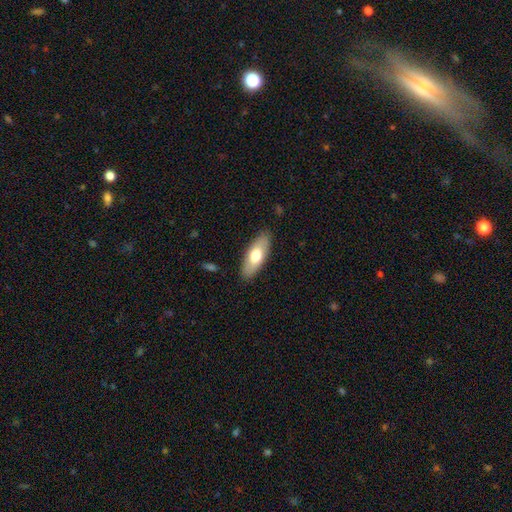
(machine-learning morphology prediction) This is likely a smooth galaxy (68%). How rounded: likely in between (74%). Merging: clearly none (87%).